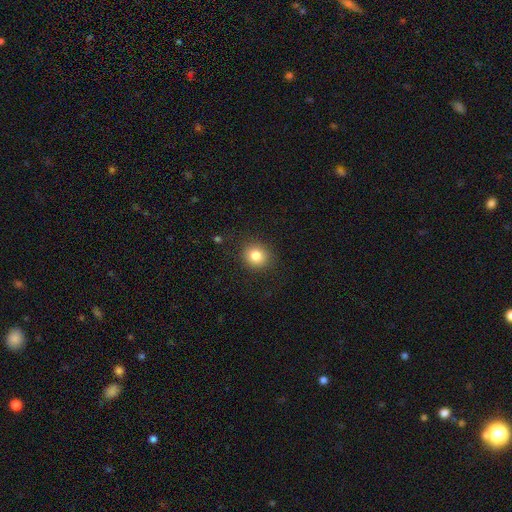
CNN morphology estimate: type=smooth (82%); roundness=round (87%); merging=none (89%).